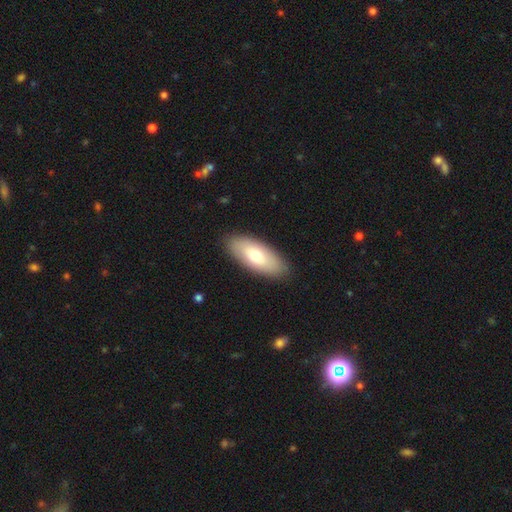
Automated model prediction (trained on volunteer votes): Overall: smooth (69%). How rounded: in between (85%). Merging: none (88%).